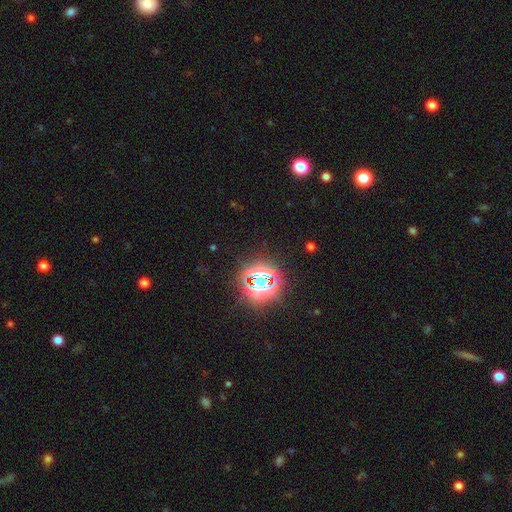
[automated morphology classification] Q: Smooth or featured?
A: star or artifact (76%); runner-up: smooth (19%)